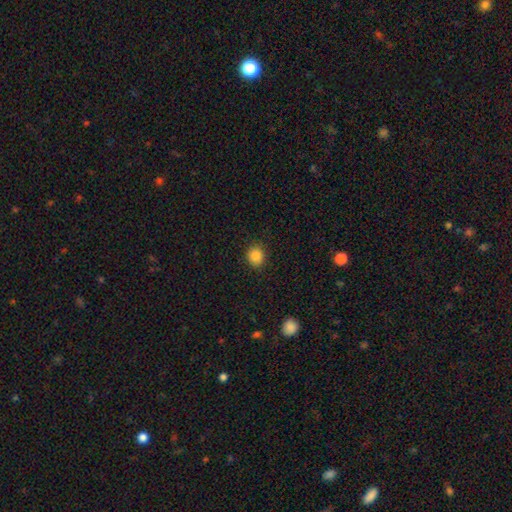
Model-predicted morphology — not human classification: The model was most divided on "how rounded": round: 82%, in between: 17%, cigar-shaped: 1%. More confident: merging — none (88%); smooth or featured — smooth (86%).